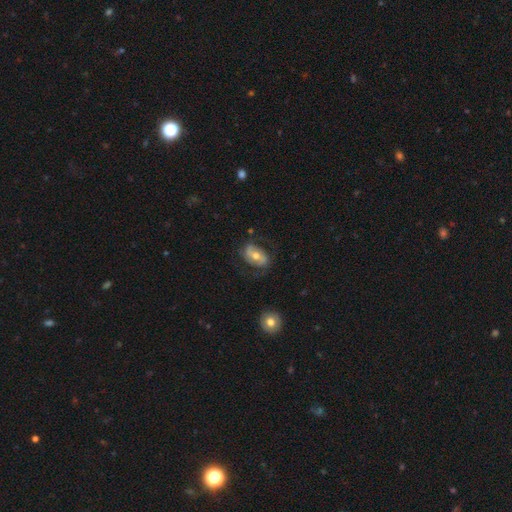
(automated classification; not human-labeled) featured or disk 55%, smooth 38%, star or artifact 7%. Down the decision tree: edge-on disk — no (94%); bar — no (37%); spiral arms — yes (70%); bulge size — moderate (70%); merging — none (64%).